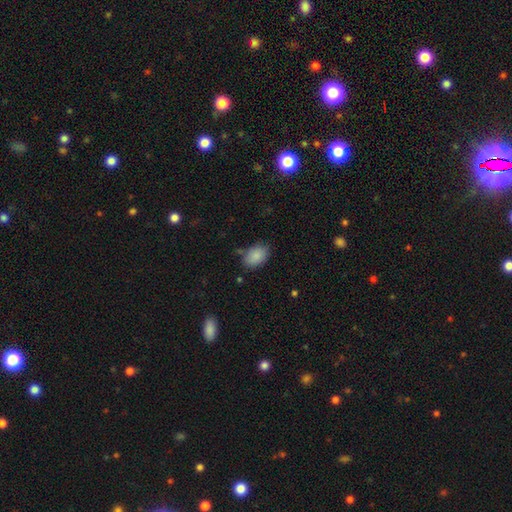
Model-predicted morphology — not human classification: Smooth or featured: smooth — 88% (star or artifact — 7%)
How rounded: in between — 87% (round — 12%)
Merging: none — 76% (minor disturbance — 17%)